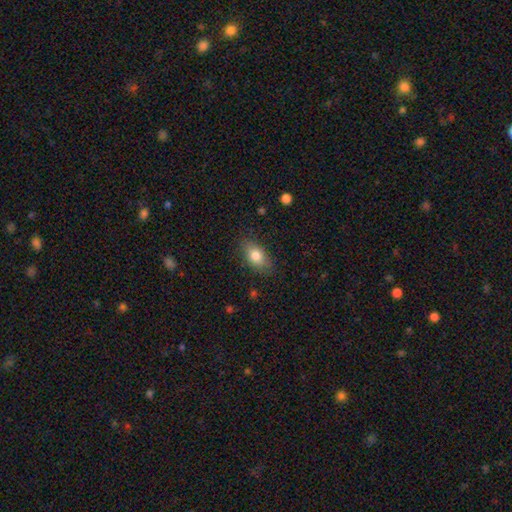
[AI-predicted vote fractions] smooth_or_featured: smooth (p=0.79) [alt: featured or disk p=0.13]
how_rounded: in between (p=0.86) [alt: round p=0.08]
merging: none (p=0.83) [alt: minor disturbance p=0.13]